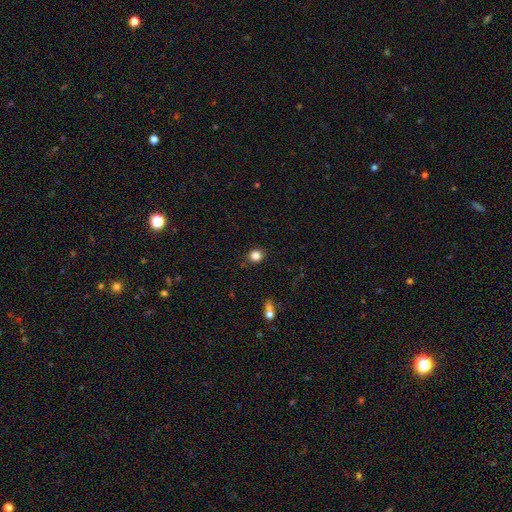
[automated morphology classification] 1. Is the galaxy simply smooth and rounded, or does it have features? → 83% smooth, 12% star or artifact, 5% featured or disk.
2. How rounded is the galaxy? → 84% round, 15% in between, 1% cigar-shaped.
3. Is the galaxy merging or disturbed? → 87% none, 9% minor disturbance, 2% major disturbance, 2% merger.